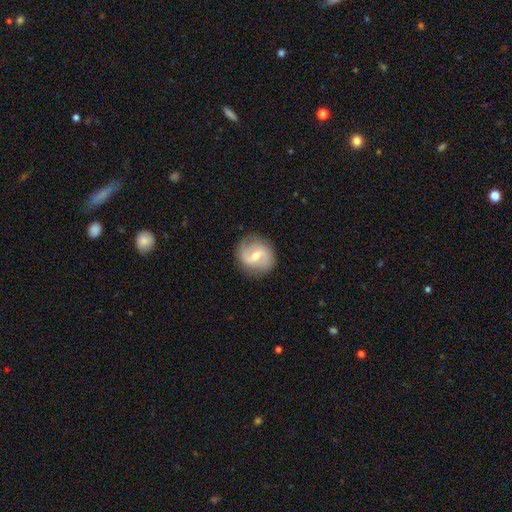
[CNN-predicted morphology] smooth_or_featured: featured or disk (p=0.73) [alt: smooth p=0.21]
disk_edge_on: no (p=0.97) [alt: yes p=0.03]
bar: weak (p=0.57) [alt: strong p=0.25]
has_spiral_arms: yes (p=0.89) [alt: no p=0.11]
spiral_winding: medium (p=0.45) [alt: loose p=0.37]
spiral_arm_count: 2 (p=0.89) [alt: can't tell p=0.05]
bulge_size: moderate (p=0.58) [alt: small p=0.37]
merging: none (p=0.85) [alt: minor disturbance p=0.11]